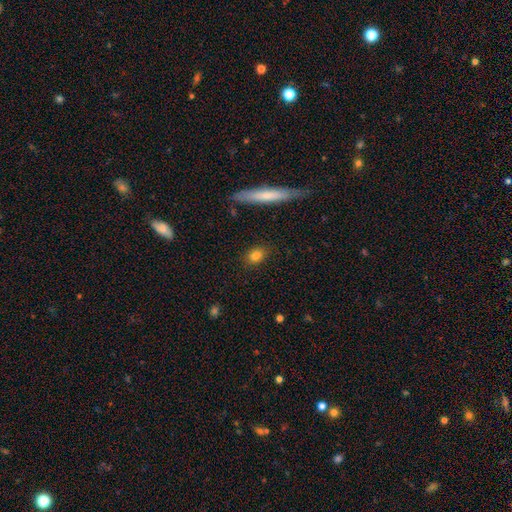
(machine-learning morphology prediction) Smooth or featured? Predicted: smooth (p=0.80). How rounded? Predicted: in between (p=0.62). Merging? Predicted: none (p=0.86).